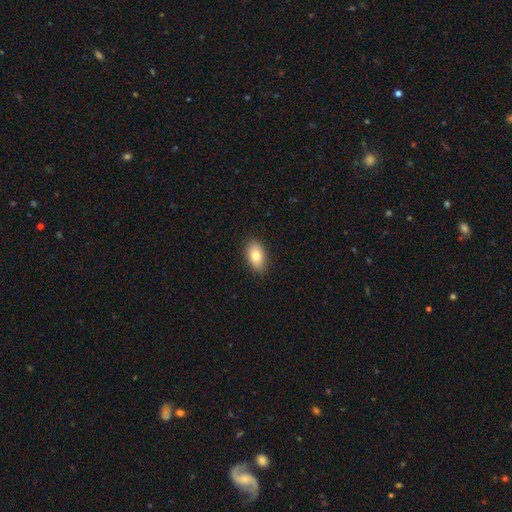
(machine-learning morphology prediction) Overall: smooth (81%). How rounded: in between (92%). Merging: none (88%).